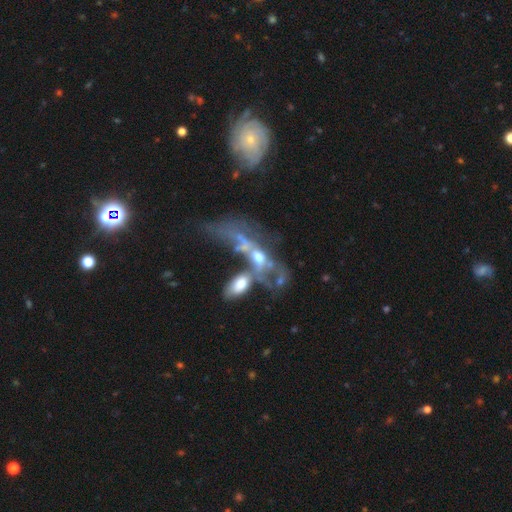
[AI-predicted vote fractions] A featured or disk galaxy (65%).

Vote fractions:
- Smooth or featured? featured or disk: 65% / smooth: 20% / star or artifact: 15%
- Edge-on disk? no: 75% / yes: 25%
- Merging? merger: 53% / major disturbance: 22% / none: 16% / minor disturbance: 9%